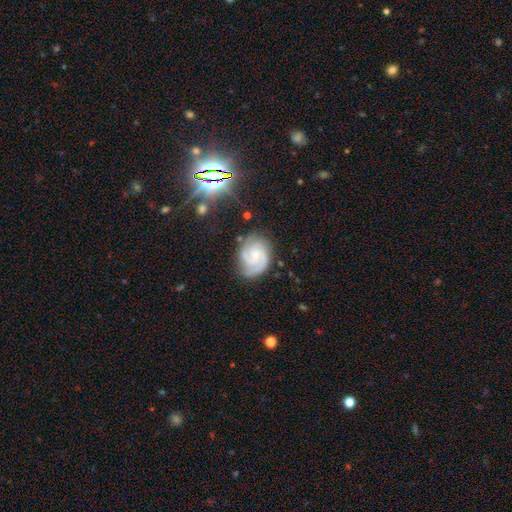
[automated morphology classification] Smooth or featured? featured or disk (85%)
Edge-on disk? no (98%)
Bar? no (61%)
Spiral arms? yes (98%)
Spiral winding? tight (56%)
Spiral arm count? 3 (44%)
Bulge size? small (66%)
Merging? none (73%)